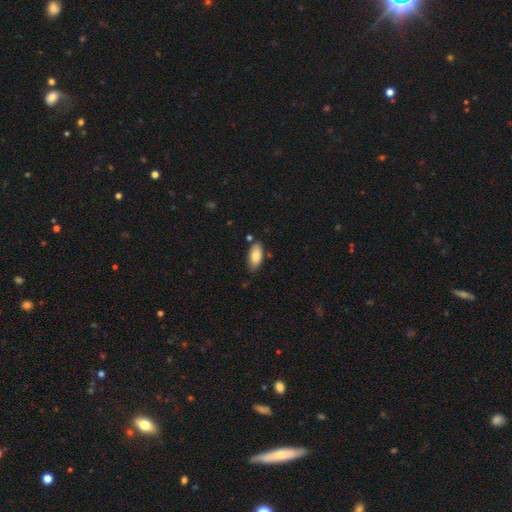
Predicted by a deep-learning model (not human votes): smooth_or_featured: smooth (p=0.83) [alt: featured or disk p=0.10]
how_rounded: in between (p=0.91) [alt: cigar-shaped p=0.07]
merging: none (p=0.78) [alt: minor disturbance p=0.16]